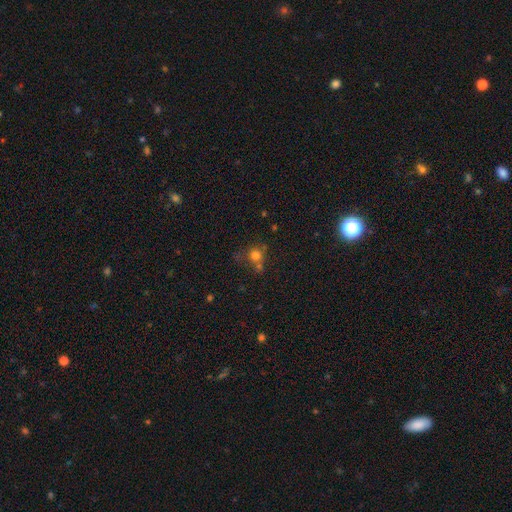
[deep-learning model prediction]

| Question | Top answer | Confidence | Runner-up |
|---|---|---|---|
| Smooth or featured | smooth | 73% | star or artifact (17%) |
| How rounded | round | 86% | in between (13%) |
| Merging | none | 52% | merger (28%) |